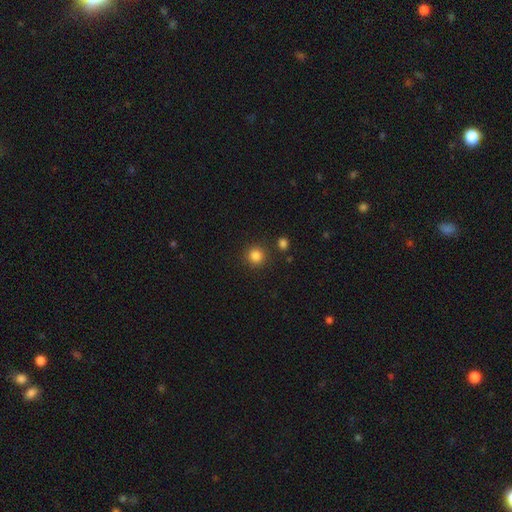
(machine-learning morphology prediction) A smooth galaxy with no disk features (84%) that is round (93%).

Vote fractions:
- Smooth or featured? smooth: 84% / star or artifact: 12% / featured or disk: 4%
- How rounded? round: 93% / in between: 6% / cigar-shaped: 1%
- Merging? none: 88% / minor disturbance: 6% / merger: 3% / major disturbance: 2%